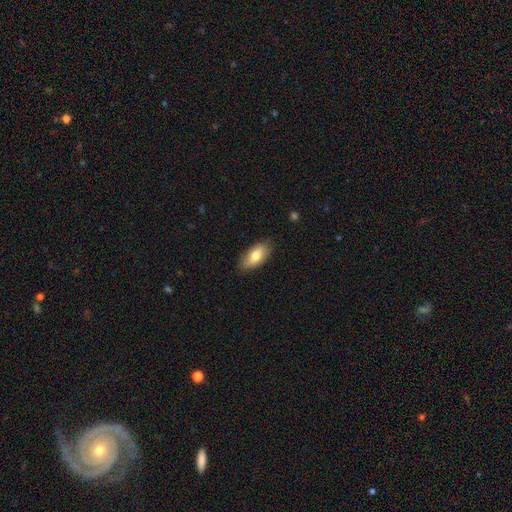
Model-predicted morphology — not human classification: A smooth galaxy with no disk features (76%) that is in between round and cigar-shaped (89%). Merging: none (86%).